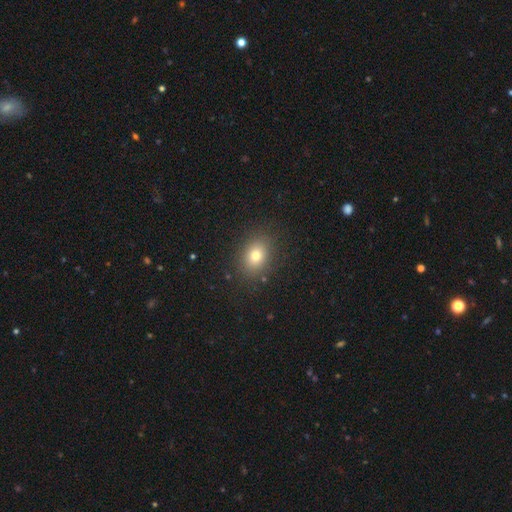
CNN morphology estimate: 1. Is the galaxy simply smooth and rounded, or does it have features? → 76% smooth, 13% star or artifact, 10% featured or disk.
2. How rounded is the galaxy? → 61% in between, 38% round, 1% cigar-shaped.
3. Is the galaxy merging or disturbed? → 86% none, 9% minor disturbance, 3% major disturbance, 1% merger.